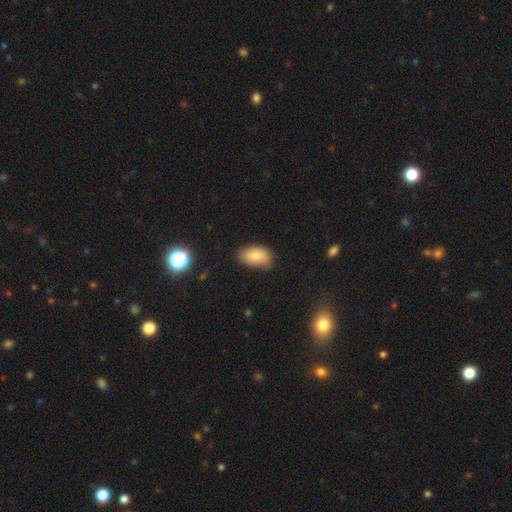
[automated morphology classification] A smooth galaxy with no disk features (78%) that is in between round and cigar-shaped (92%). Merging: none (74%).